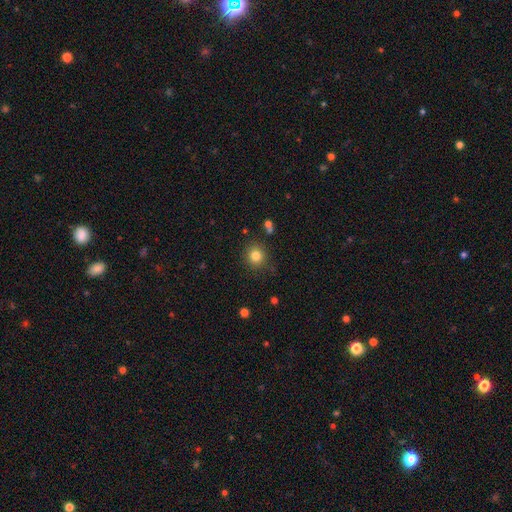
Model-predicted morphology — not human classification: Smooth or featured?
  - smooth: 81% *
  - star or artifact: 12%
  - featured or disk: 6%
How rounded?
  - round: 89% *
  - in between: 10%
  - cigar-shaped: 1%
Merging?
  - none: 84% *
  - minor disturbance: 10%
  - major disturbance: 3%
  - merger: 3%